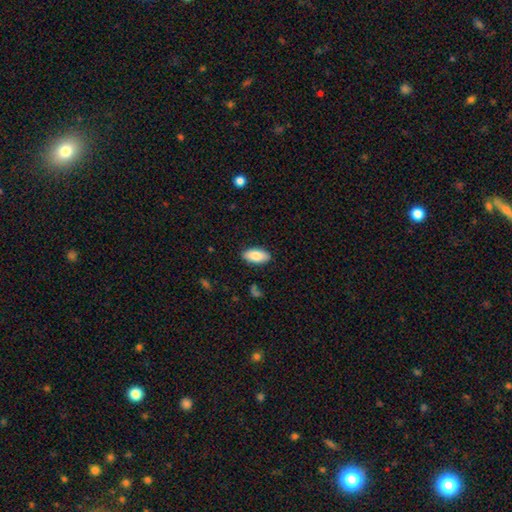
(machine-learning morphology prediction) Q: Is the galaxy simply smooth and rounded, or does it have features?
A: smooth — 85%.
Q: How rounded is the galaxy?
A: in between — 92%.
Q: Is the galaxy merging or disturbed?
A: none — 88%.